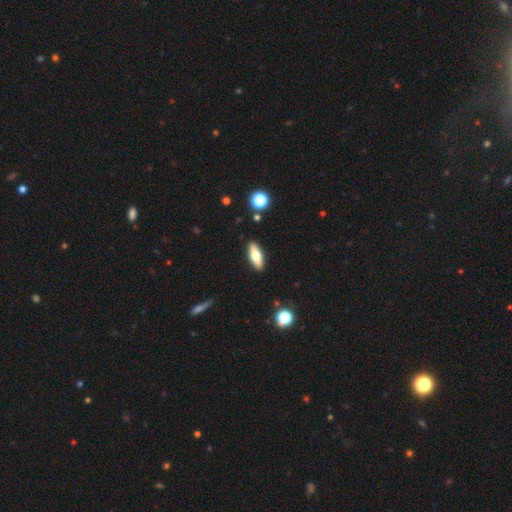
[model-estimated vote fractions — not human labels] Smooth or featured? Predicted: smooth (p=0.58). How rounded? Predicted: in between (p=0.58). Merging? Predicted: none (p=0.89).